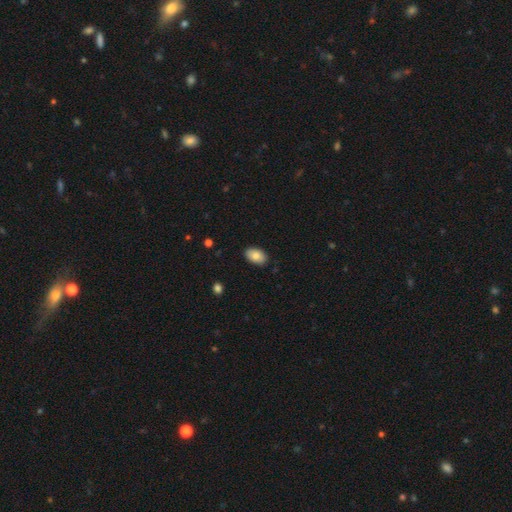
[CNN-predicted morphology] This appears to be a smooth galaxy with no disk features (83%) that is in between round and cigar-shaped (91%). Merging: none (87%).